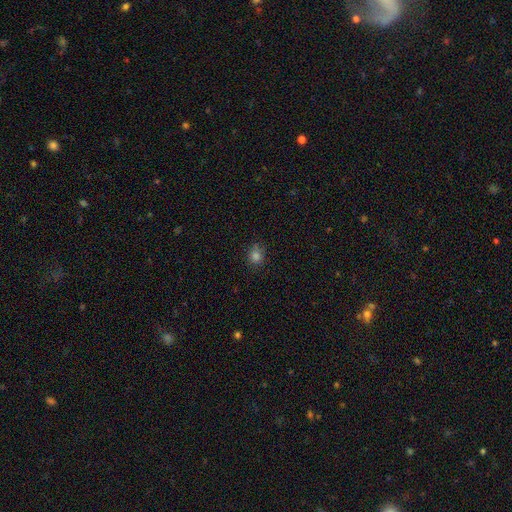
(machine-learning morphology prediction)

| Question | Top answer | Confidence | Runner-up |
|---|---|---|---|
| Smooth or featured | smooth | 80% | star or artifact (14%) |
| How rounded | round | 71% | in between (28%) |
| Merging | none | 80% | minor disturbance (16%) |